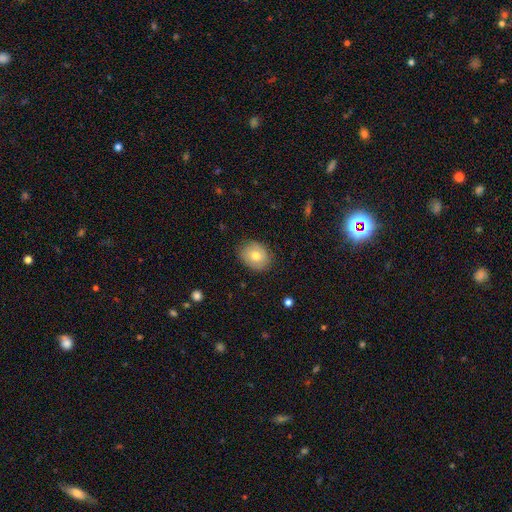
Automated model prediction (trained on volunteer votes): This appears to be a smooth galaxy with no disk features (73%) that is in between round and cigar-shaped (54%). Merging: none (84%).